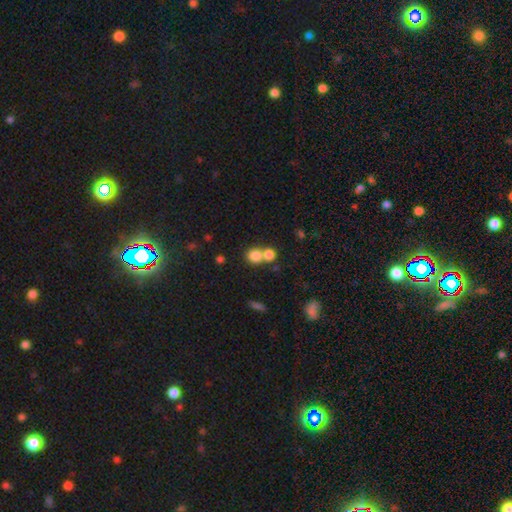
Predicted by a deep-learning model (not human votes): Smooth or featured? smooth (80%)
How rounded? round (80%)
Merging? merger (48%)